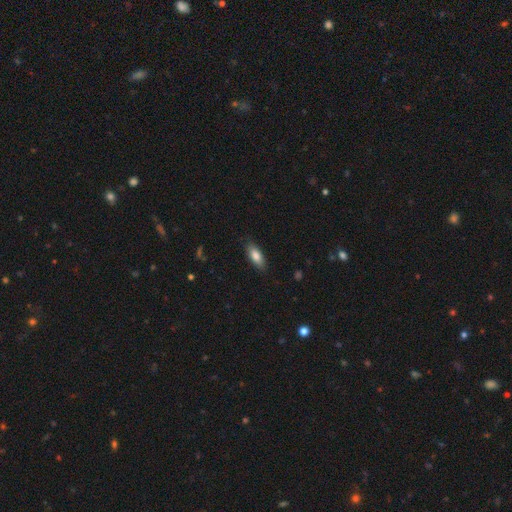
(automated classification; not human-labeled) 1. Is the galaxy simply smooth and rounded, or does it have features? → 83% smooth, 11% featured or disk, 6% star or artifact.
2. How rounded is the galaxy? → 79% in between, 19% cigar-shaped, 2% round.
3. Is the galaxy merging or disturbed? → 85% none, 12% minor disturbance, 2% major disturbance, 1% merger.